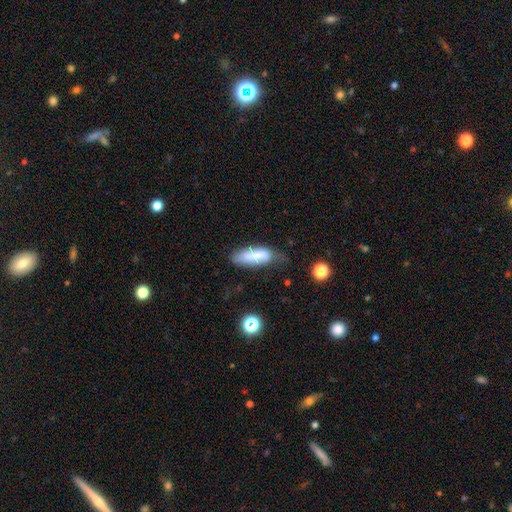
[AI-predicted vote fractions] Smooth or featured? Predicted: smooth (p=0.75). How rounded? Predicted: in between (p=0.64). Merging? Predicted: none (p=0.47).